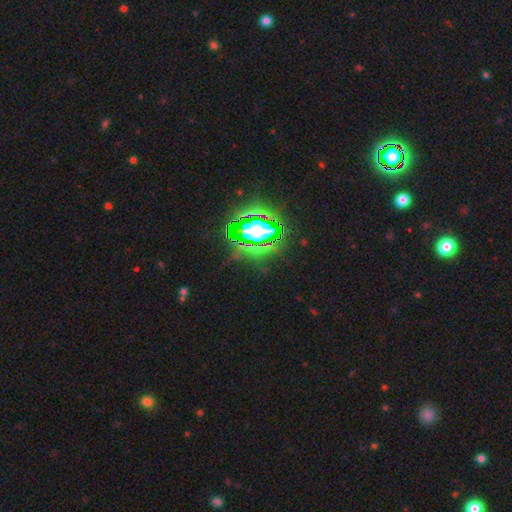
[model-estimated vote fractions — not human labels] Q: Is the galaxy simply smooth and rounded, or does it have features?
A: star or artifact — 72%.